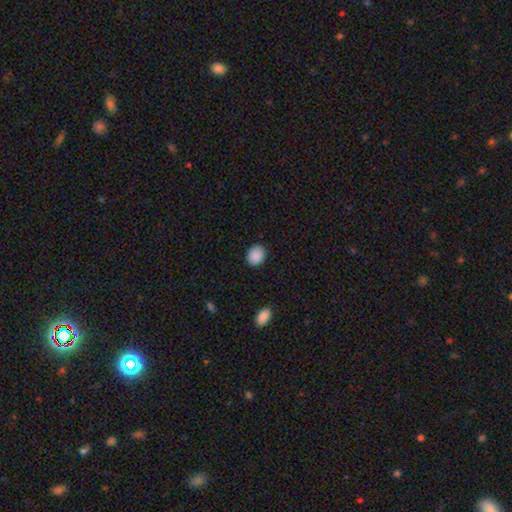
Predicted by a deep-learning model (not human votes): This is clearly a smooth galaxy (89%). How rounded: possibly round (58%). Merging: clearly none (89%).